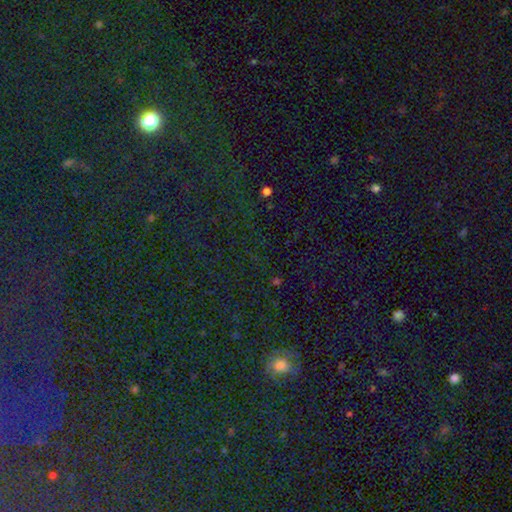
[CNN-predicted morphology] star or artifact 72%, smooth 21%, featured or disk 7%.